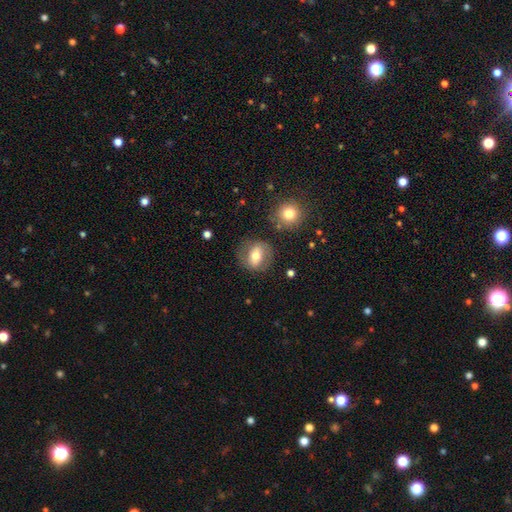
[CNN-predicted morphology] This is possibly a smooth galaxy (55%). How rounded: likely round (63%). Merging: likely none (77%).